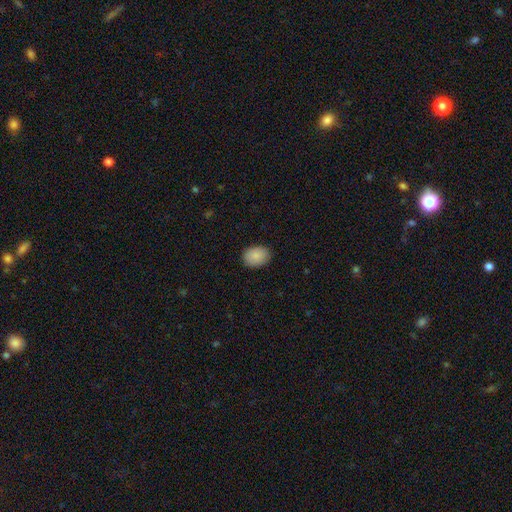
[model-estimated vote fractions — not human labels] A smooth galaxy with no disk features (89%) that is in between round and cigar-shaped (66%).

Vote fractions:
- Smooth or featured? smooth: 89% / star or artifact: 7% / featured or disk: 4%
- How rounded? in between: 66% / round: 33% / cigar-shaped: 1%
- Merging? none: 87% / minor disturbance: 10% / major disturbance: 2% / merger: 1%